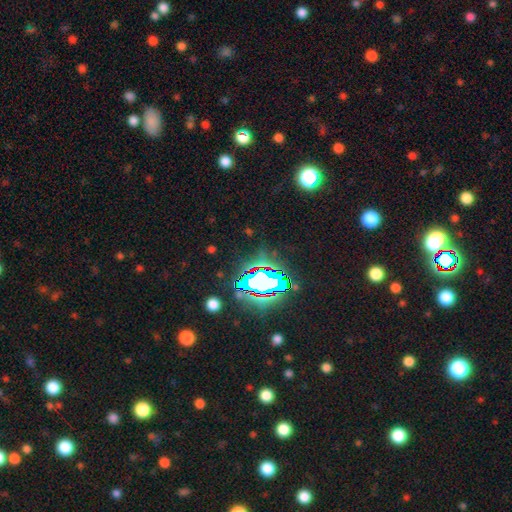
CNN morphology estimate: smooth_or_featured: star or artifact (p=0.82) [alt: smooth p=0.11]